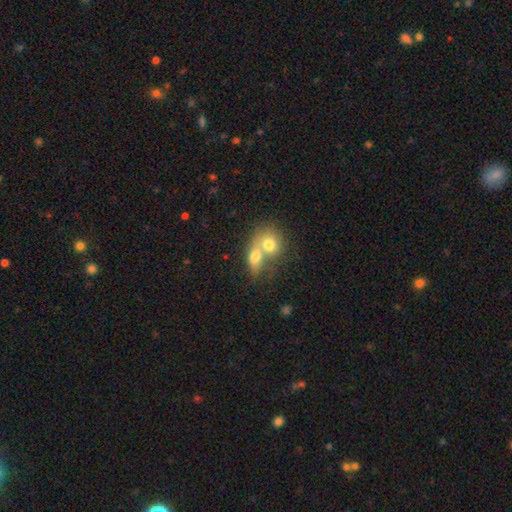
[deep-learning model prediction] Smooth or featured? Predicted: smooth (p=0.61). How rounded? Predicted: round (p=0.62). Merging? Predicted: merger (p=0.68).